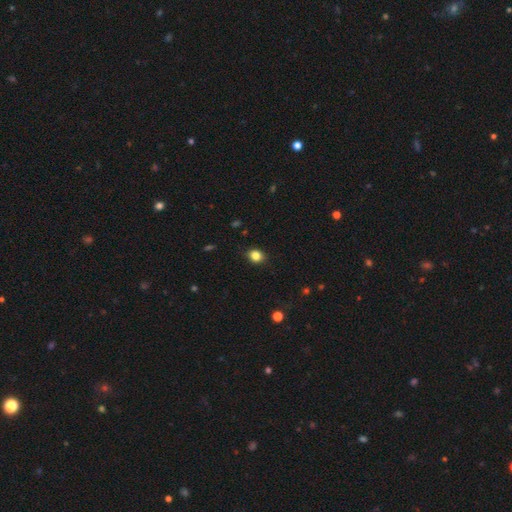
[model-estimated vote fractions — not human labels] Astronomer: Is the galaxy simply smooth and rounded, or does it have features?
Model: smooth — 84%.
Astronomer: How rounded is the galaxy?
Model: round — 58% (runner-up: in between, 41%).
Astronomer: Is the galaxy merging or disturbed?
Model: none — 88%.